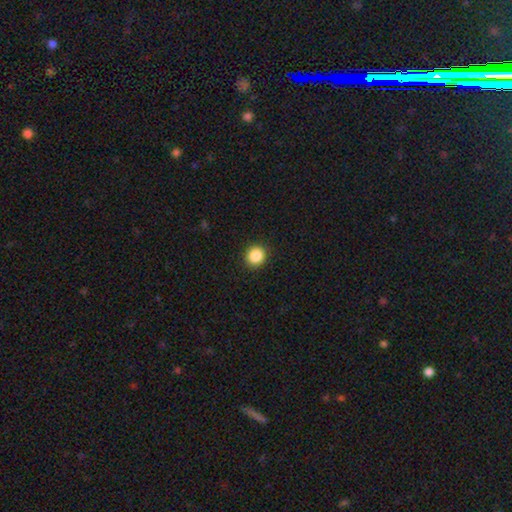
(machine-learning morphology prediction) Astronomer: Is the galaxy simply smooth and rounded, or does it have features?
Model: smooth — 87%.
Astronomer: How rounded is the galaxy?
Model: round — 90%.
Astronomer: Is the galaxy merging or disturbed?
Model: none — 92%.